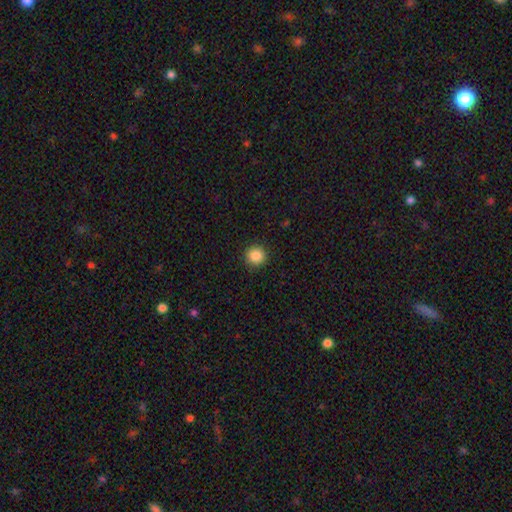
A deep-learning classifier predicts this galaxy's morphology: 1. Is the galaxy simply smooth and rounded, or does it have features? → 87% smooth, 10% star or artifact, 3% featured or disk.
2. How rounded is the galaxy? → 94% round, 5% in between, 1% cigar-shaped.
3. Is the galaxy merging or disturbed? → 92% none, 5% minor disturbance, 2% major disturbance, 1% merger.